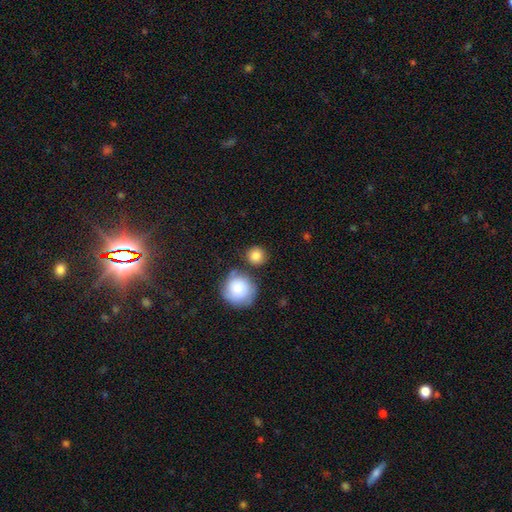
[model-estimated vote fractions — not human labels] Overall: smooth (85%). How rounded: round (90%). Merging: none (73%).